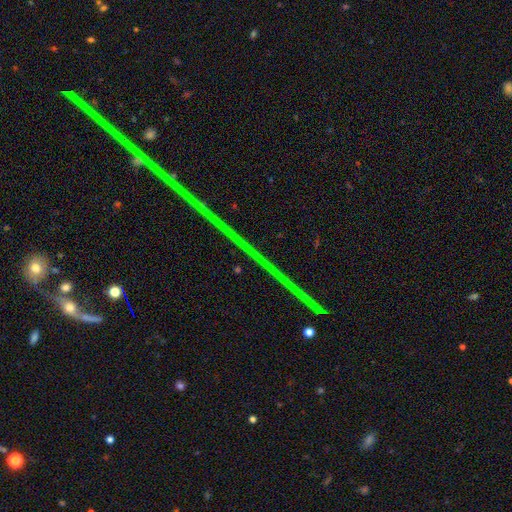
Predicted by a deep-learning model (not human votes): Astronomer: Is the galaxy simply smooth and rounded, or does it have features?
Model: star or artifact — 87%.